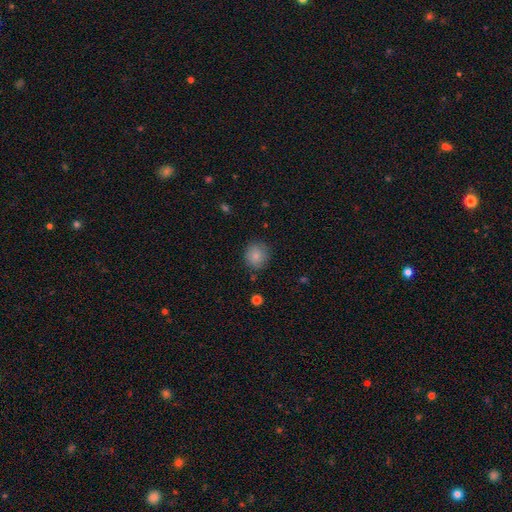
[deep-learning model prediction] smooth 85%, star or artifact 9%, featured or disk 7%. Down the decision tree: how rounded — round (88%); merging — none (83%).